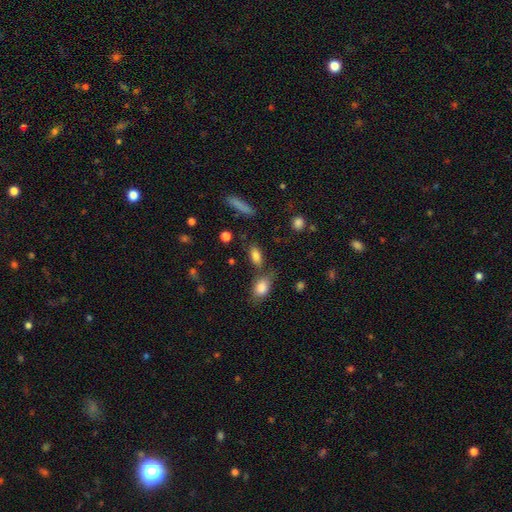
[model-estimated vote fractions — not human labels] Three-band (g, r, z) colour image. It shows a smooth galaxy with no disk features (82%) that is in between round and cigar-shaped (83%). Merging: none (66%).